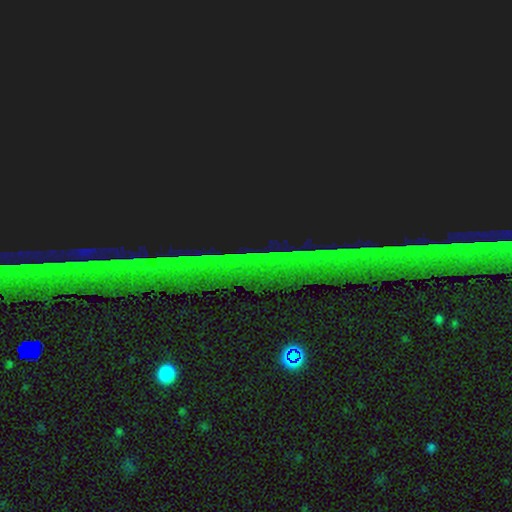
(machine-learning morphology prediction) This is clearly a star or artifact rather than a galaxy (85%).